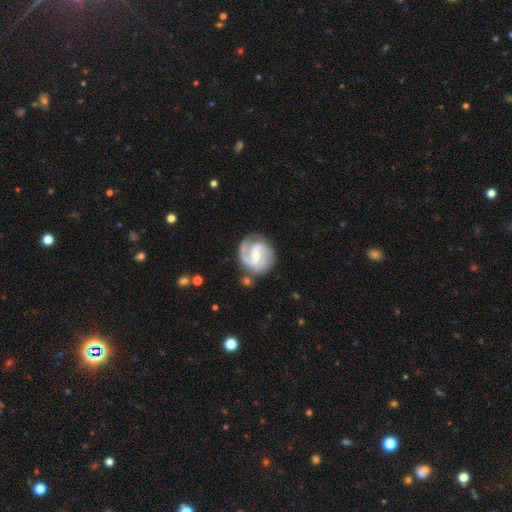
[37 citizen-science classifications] Morphology: type=featured or disk (86%); edge-on=no (100%); bar=weak (53%); spiral arms=yes (97%); winding=tight (45%); arm count=2 (81%); bulge=small (66%); merging=none (75%).